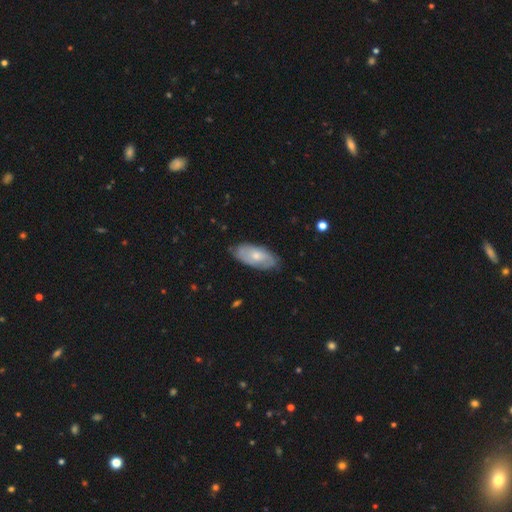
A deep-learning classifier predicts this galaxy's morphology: Smooth or featured? smooth (53%)
How rounded? in between (89%)
Merging? none (76%)